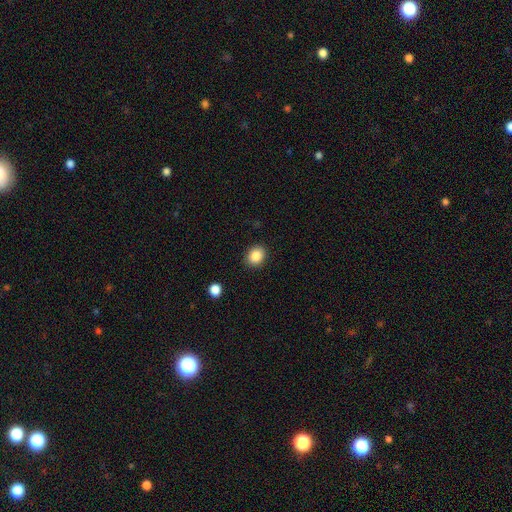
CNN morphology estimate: A smooth galaxy with no disk features (87%) that is round (53%). Merging: none (88%).